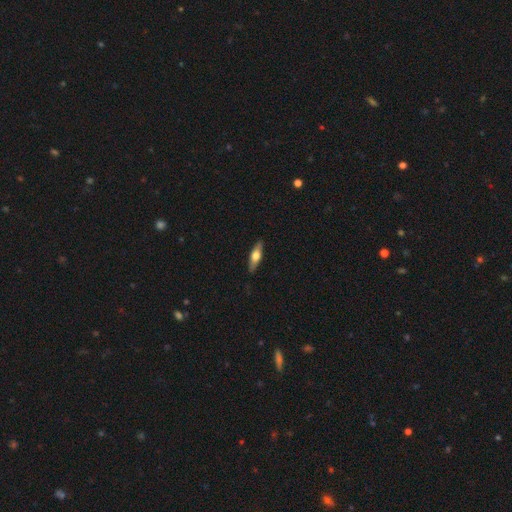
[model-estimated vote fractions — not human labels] This appears to be a smooth galaxy with no disk features (50%). Merging: none (88%).